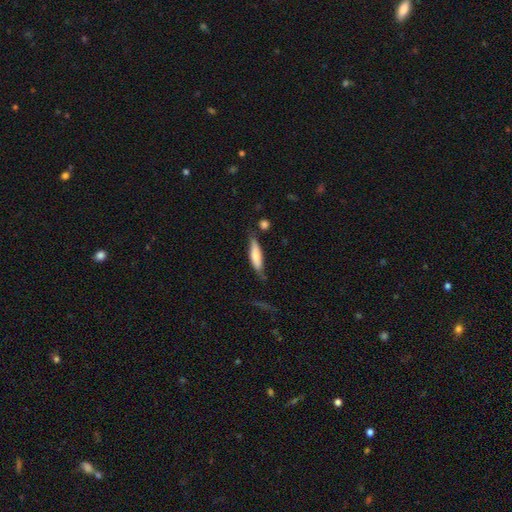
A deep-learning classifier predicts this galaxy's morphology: type=smooth (68%); roundness=cigar-shaped (70%); merging=none (62%).